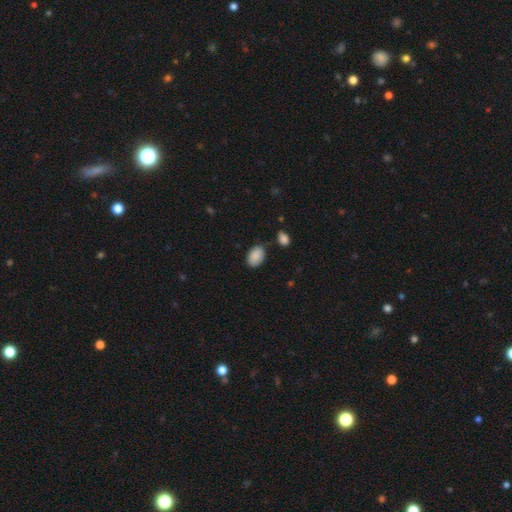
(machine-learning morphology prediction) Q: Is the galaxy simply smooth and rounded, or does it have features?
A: smooth — 89%.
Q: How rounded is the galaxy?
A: in between — 87%.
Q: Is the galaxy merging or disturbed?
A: none — 77%.